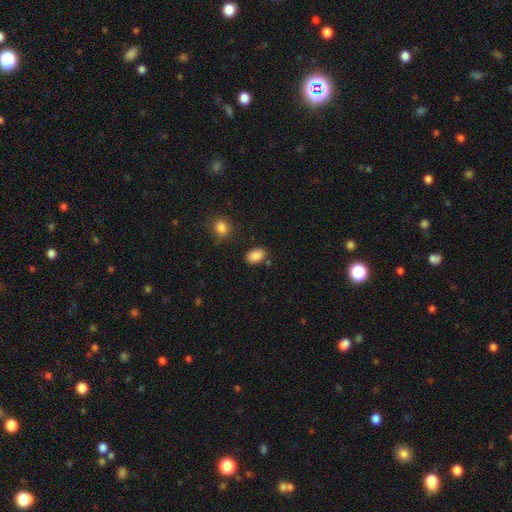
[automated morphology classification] smooth 88%, star or artifact 8%, featured or disk 4%. Down the decision tree: how rounded — in between (85%); merging — none (81%).